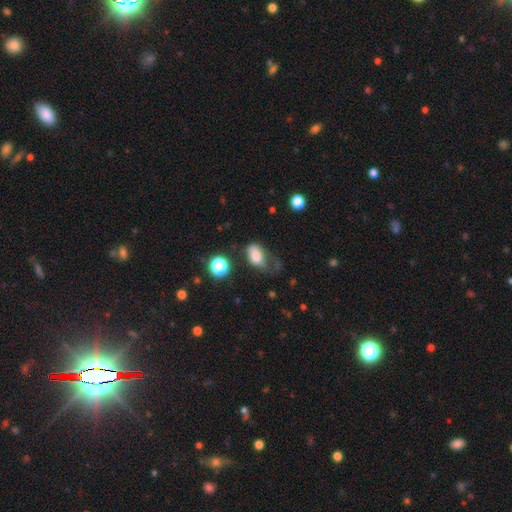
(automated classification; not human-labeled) Overall: smooth (73%). How rounded: in between (85%). Merging: major disturbance (36%; minor disturbance 31%).